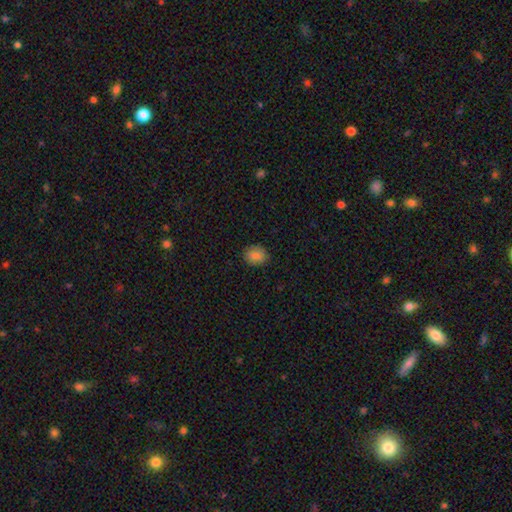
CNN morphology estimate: Q: Smooth or featured?
A: smooth (84%); runner-up: star or artifact (10%)
Q: How rounded?
A: round (62%); runner-up: in between (37%)
Q: Merging?
A: none (89%); runner-up: minor disturbance (8%)